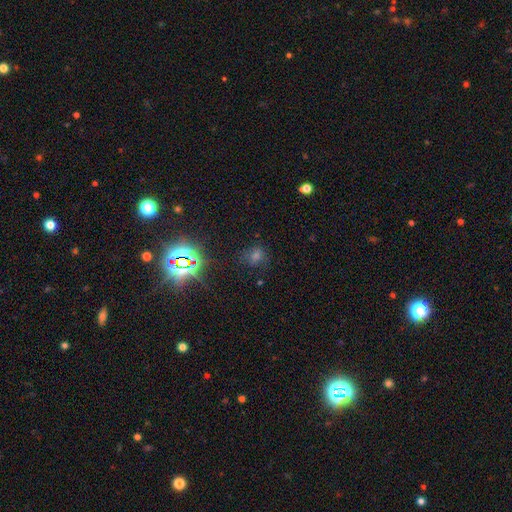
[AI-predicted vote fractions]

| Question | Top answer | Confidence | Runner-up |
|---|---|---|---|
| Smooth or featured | star or artifact | 50% | smooth (40%) |